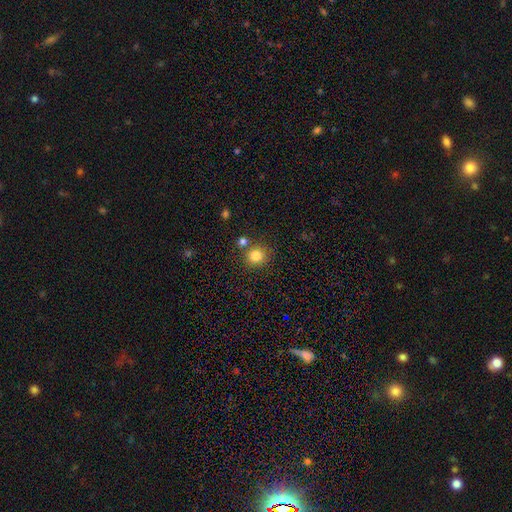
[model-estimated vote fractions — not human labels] smooth_or_featured: smooth (p=0.82) [alt: star or artifact p=0.12]
how_rounded: round (p=0.89) [alt: in between p=0.10]
merging: none (p=0.75) [alt: merger p=0.13]